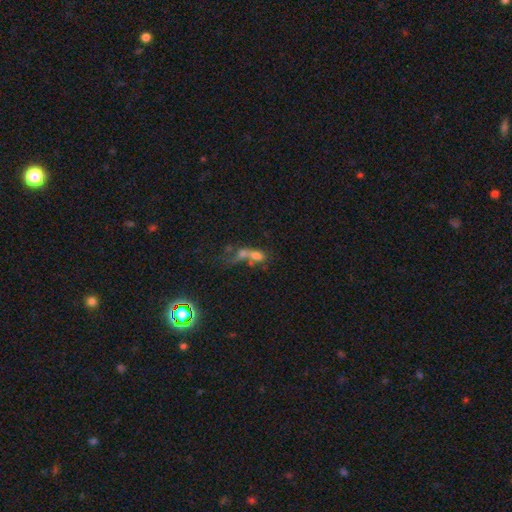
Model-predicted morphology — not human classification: A smooth galaxy with no disk features (58%) that is in between round and cigar-shaped (66%).

Vote fractions:
- Smooth or featured? smooth: 58% / featured or disk: 26% / star or artifact: 16%
- How rounded? in between: 66% / round: 17% / cigar-shaped: 16%
- Merging? merger: 60% / none: 17% / major disturbance: 16% / minor disturbance: 8%